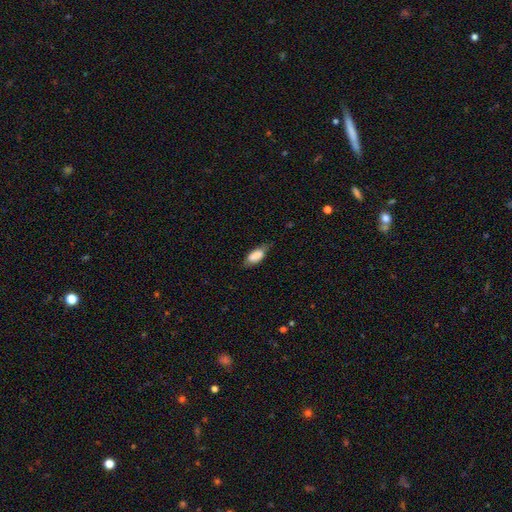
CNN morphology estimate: Overall: smooth (79%). How rounded: in between (82%). Merging: none (62%; minor disturbance 28%).